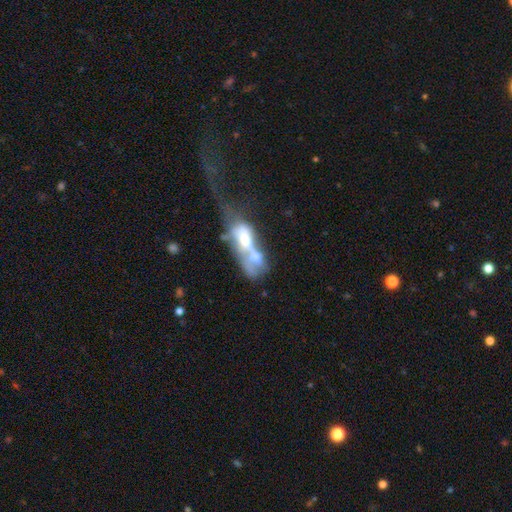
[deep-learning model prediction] Morphology: type=featured or disk (51%); edge-on=no (84%); merging=merger (64%).